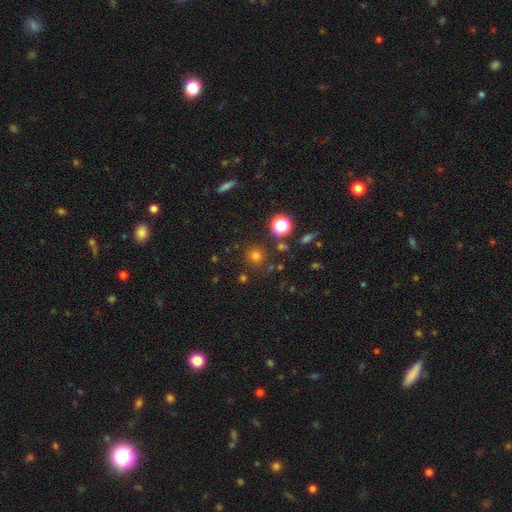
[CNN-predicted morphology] smooth-or-featured: smooth: 71% | star or artifact: 23% | featured or disk: 6%
  how-rounded: round: 91% | in between: 8% | cigar-shaped: 1%
  merging: none: 83% | minor disturbance: 9% | merger: 5% | major disturbance: 4%